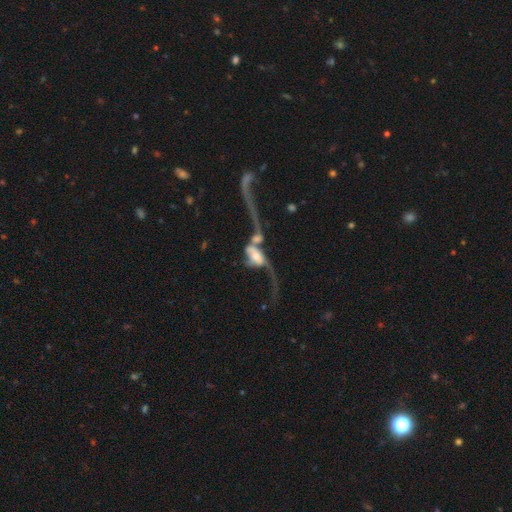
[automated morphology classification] The model was most divided on "bulge size": moderate: 42%, small: 28%, large: 17%, none: 8%, dominant: 5%. More confident: edge-on disk — no (89%); spiral arms — yes (70%); smooth or featured — featured or disk (70%); merging — merger (60%); bar — no (59%).